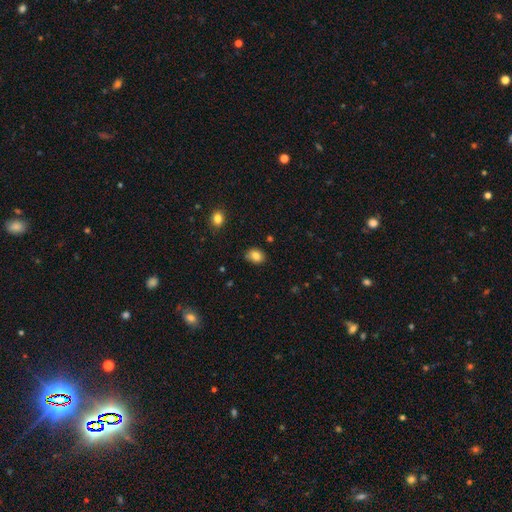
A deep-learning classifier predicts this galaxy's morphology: Overall: smooth (83%). How rounded: in between (58%; round 41%). Merging: none (82%).